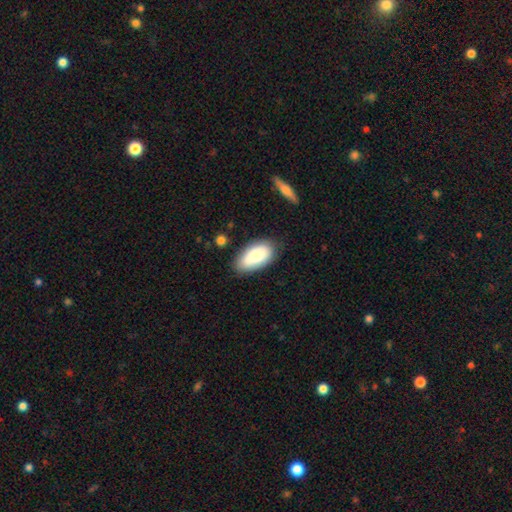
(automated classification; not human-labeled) Smooth or featured? Predicted: smooth (p=0.77). How rounded? Predicted: in between (p=0.94). Merging? Predicted: none (p=0.74).